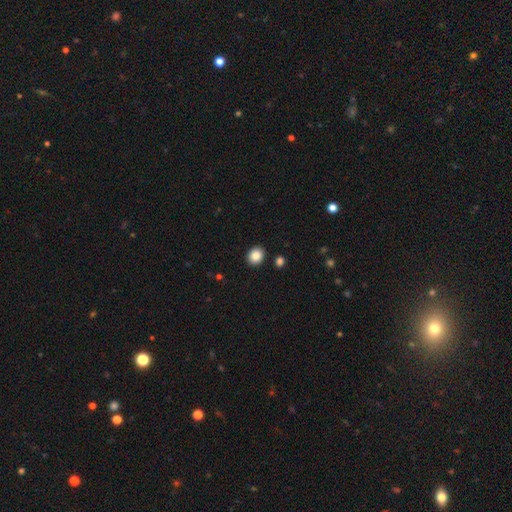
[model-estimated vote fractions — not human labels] Overall: smooth (87%). How rounded: round (69%; in between 30%). Merging: none (90%).